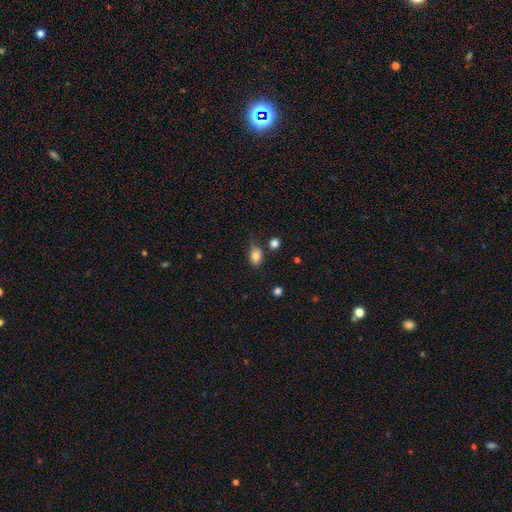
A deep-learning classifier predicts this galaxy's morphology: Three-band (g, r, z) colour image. It shows a smooth galaxy with no disk features (83%) that is in between round and cigar-shaped (75%). Merging: none (62%).